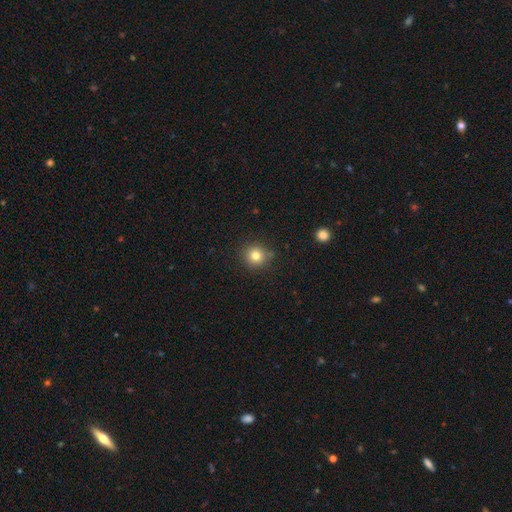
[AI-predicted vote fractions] This is clearly a smooth galaxy (81%). How rounded: clearly round (93%). Merging: clearly none (85%).